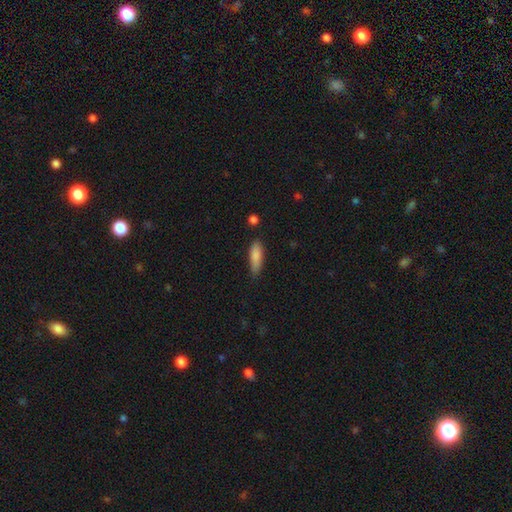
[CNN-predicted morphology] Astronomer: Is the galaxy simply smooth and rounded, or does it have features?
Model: smooth — 85%.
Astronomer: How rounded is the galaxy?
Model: cigar-shaped — 49%, tied with in between at 49%.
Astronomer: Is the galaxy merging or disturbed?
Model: none — 73%.